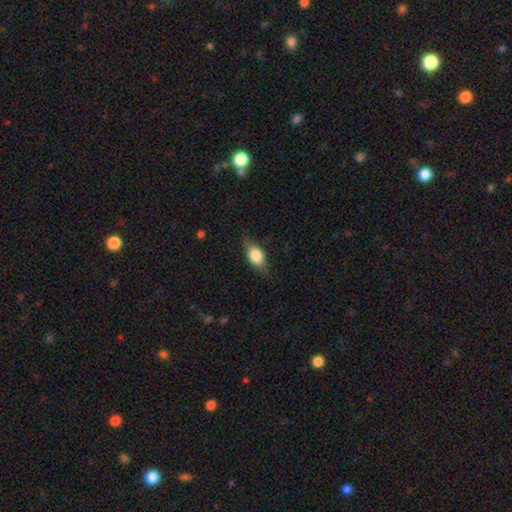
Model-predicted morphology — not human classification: smooth 66%, featured or disk 27%, star or artifact 7%. Down the decision tree: how rounded — in between (78%); merging — none (76%).